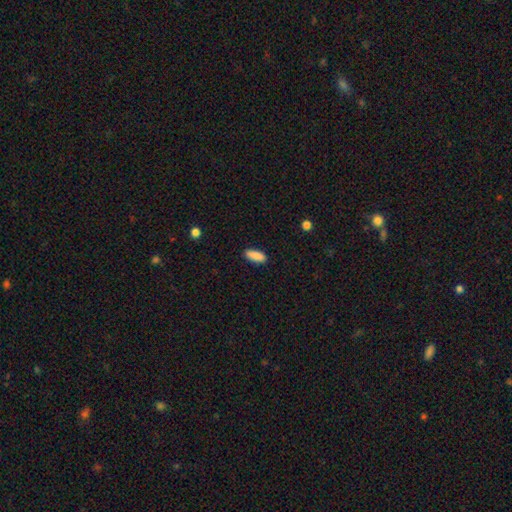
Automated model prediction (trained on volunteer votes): Smooth or featured?
  - smooth: 89% *
  - star or artifact: 7%
  - featured or disk: 4%
How rounded?
  - in between: 72% *
  - cigar-shaped: 26%
  - round: 2%
Merging?
  - none: 87% *
  - minor disturbance: 10%
  - major disturbance: 2%
  - merger: 1%